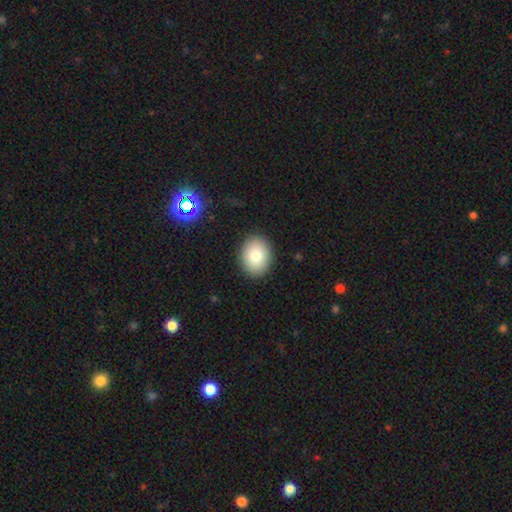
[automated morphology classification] type=smooth (80%); roundness=in between (60%); merging=none (89%).